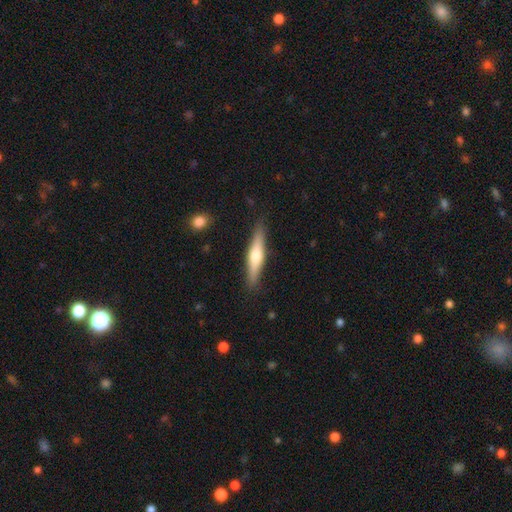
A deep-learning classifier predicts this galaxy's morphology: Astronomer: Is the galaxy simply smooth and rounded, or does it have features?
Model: featured or disk — 50% (runner-up: smooth, 44%).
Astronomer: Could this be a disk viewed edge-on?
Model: yes — 94%.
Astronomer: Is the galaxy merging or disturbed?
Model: none — 87%.